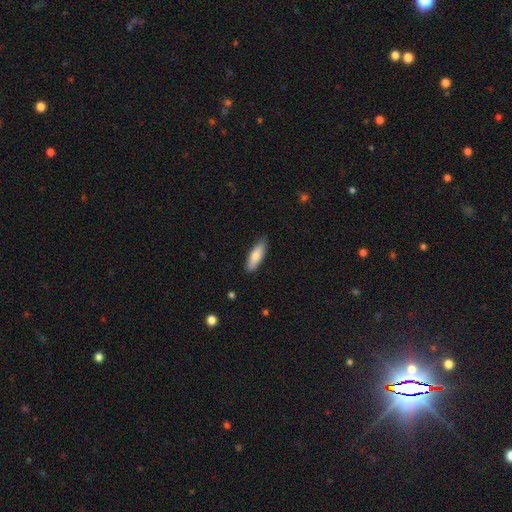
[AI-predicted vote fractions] A smooth galaxy with no disk features (77%) that is in between round and cigar-shaped (52%). Merging: none (85%).